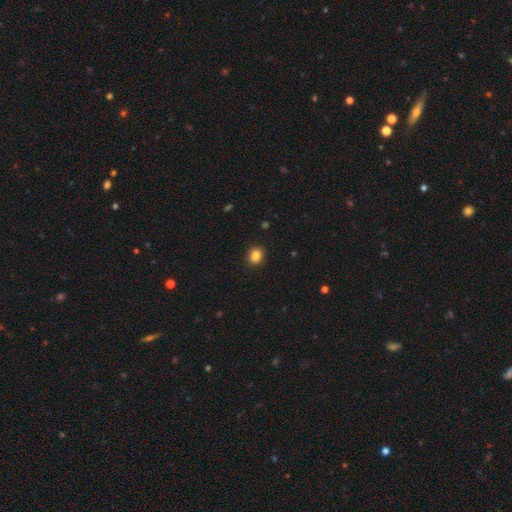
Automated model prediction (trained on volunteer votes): Smooth or featured? smooth (85%)
How rounded? round (70%)
Merging? none (91%)